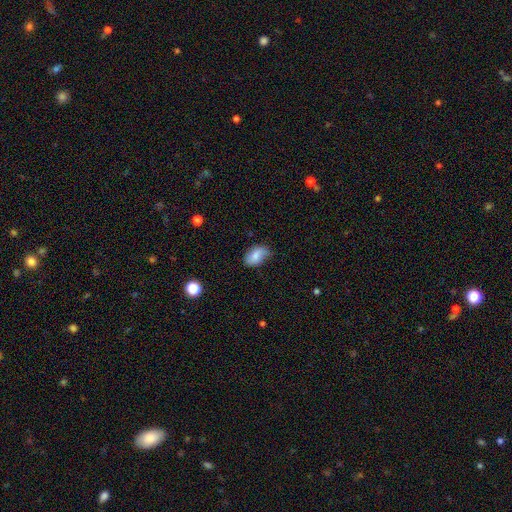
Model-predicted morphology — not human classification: Overall: smooth (62%; featured or disk 30%). How rounded: in between (88%). Merging: none (56%; minor disturbance 33%).